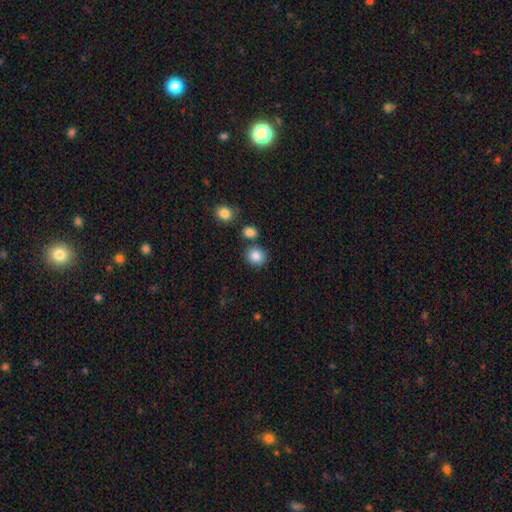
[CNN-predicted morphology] This is clearly a smooth galaxy (86%). How rounded: likely round (75%). Merging: likely none (77%).